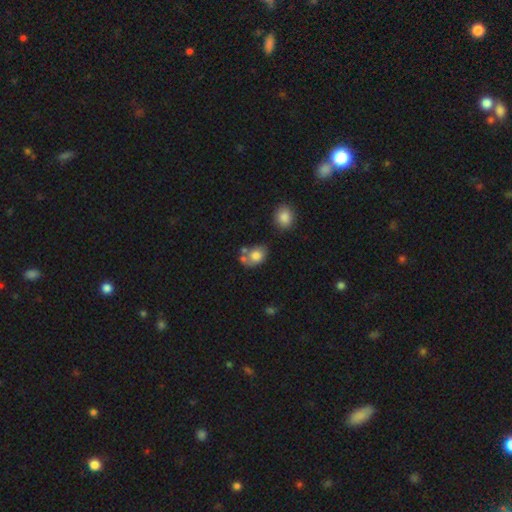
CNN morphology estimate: Smooth or featured: smooth — 75% (featured or disk — 16%)
How rounded: in between — 69% (round — 30%)
Merging: none — 47% (merger — 26%)